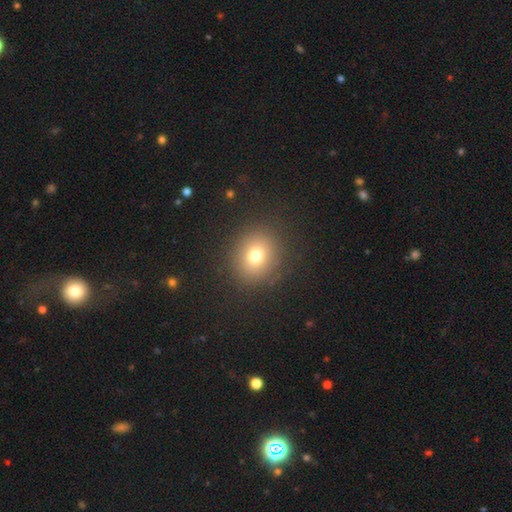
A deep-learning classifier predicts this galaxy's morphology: Smooth or featured: smooth — 74% (star or artifact — 16%)
How rounded: round — 81% (in between — 19%)
Merging: none — 88% (minor disturbance — 7%)